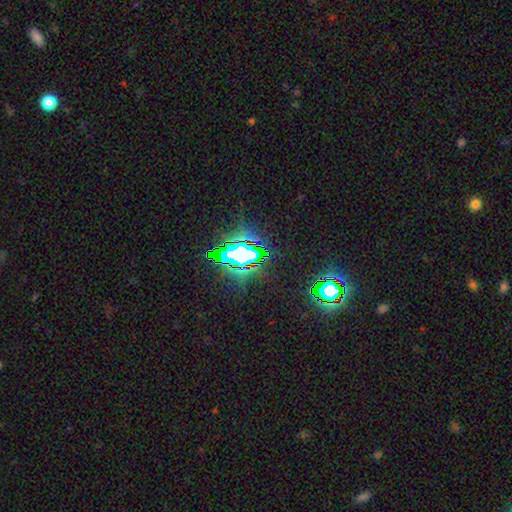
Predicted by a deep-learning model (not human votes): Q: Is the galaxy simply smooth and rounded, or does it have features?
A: star or artifact — 83%.